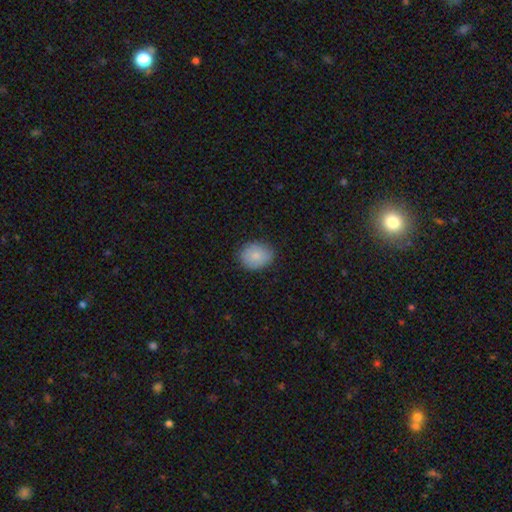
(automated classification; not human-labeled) smooth 85%, featured or disk 8%, star or artifact 7%. Down the decision tree: how rounded — round (52%); merging — none (83%).